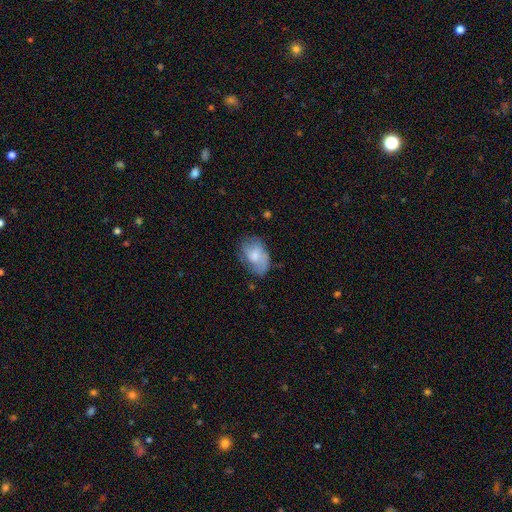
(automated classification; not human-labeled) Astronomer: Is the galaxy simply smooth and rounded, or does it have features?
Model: smooth — 62%.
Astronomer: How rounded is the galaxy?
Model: in between — 83%.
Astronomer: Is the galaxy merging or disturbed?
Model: none — 58%.